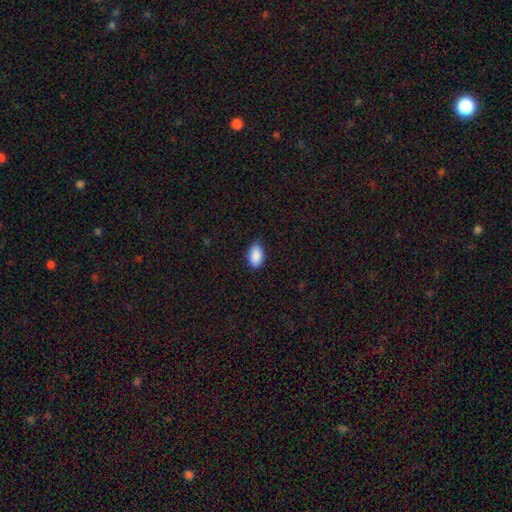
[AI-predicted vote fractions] Overall: smooth (90%). How rounded: in between (93%). Merging: none (81%).